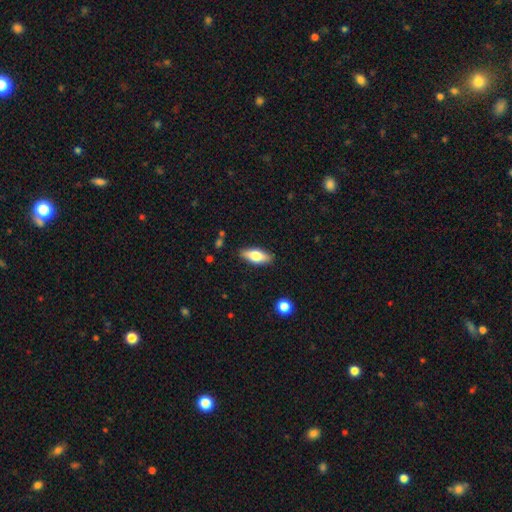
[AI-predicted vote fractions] smooth-or-featured: smooth: 66% | featured or disk: 28% | star or artifact: 7%
  how-rounded: in between: 75% | cigar-shaped: 22% | round: 3%
  merging: none: 86% | minor disturbance: 10% | major disturbance: 2% | merger: 1%